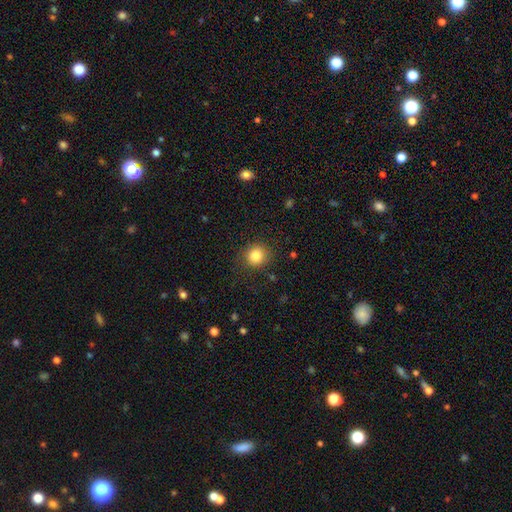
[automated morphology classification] The model was most divided on "how rounded": round: 85%, in between: 14%, cigar-shaped: 1%. More confident: smooth or featured — smooth (83%); merging — none (83%).